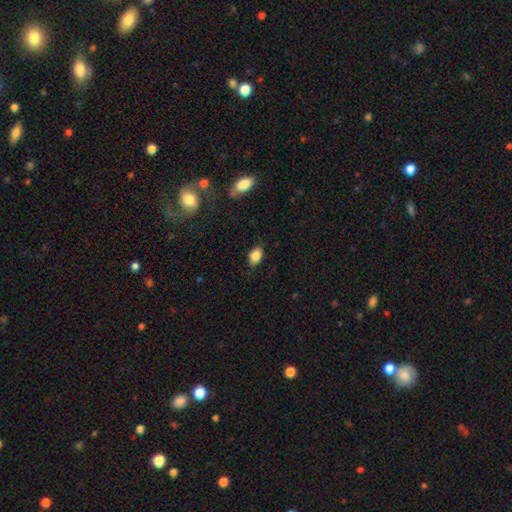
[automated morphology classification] This is clearly a smooth galaxy (86%). How rounded: clearly in between (83%). Merging: clearly none (83%).